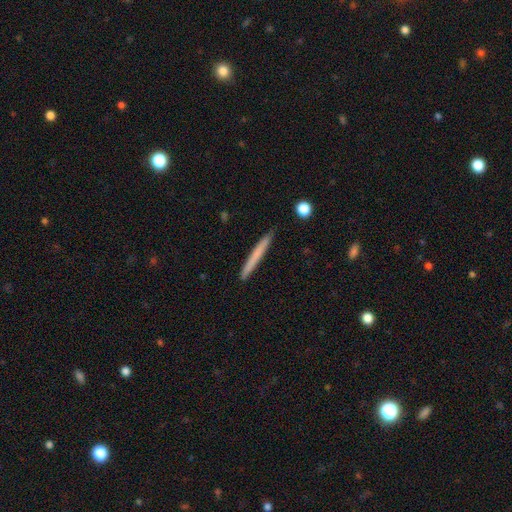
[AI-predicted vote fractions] Morphology: type=smooth (66%); roundness=cigar-shaped (97%); merging=none (91%).